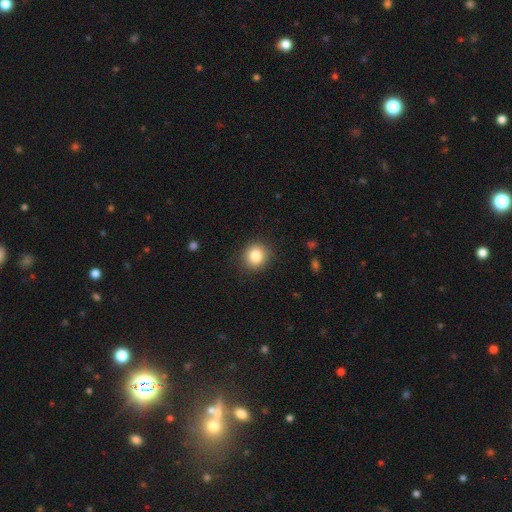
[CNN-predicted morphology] type=smooth (84%); roundness=round (85%); merging=none (89%).